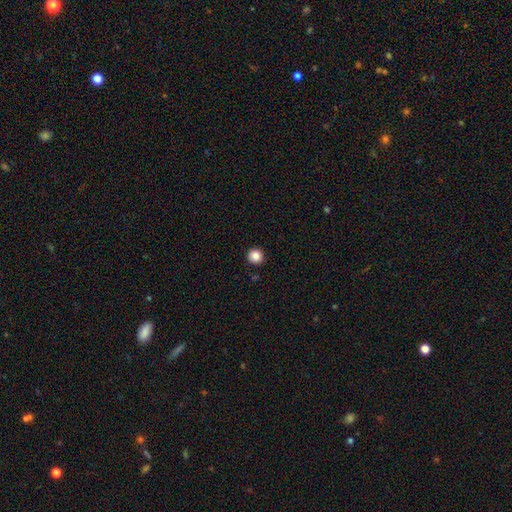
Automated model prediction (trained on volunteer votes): This appears to be a smooth galaxy with no disk features (85%) that is round (95%). Merging: none (93%).